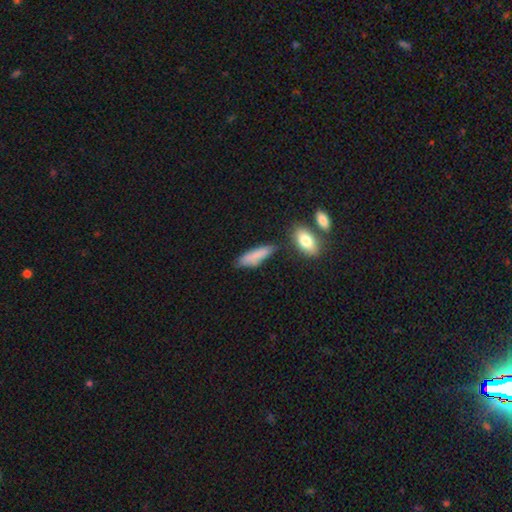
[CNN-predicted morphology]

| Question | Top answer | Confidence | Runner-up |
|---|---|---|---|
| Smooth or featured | smooth | 81% | featured or disk (13%) |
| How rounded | cigar-shaped | 54% | in between (44%) |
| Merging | none | 63% | minor disturbance (22%) |